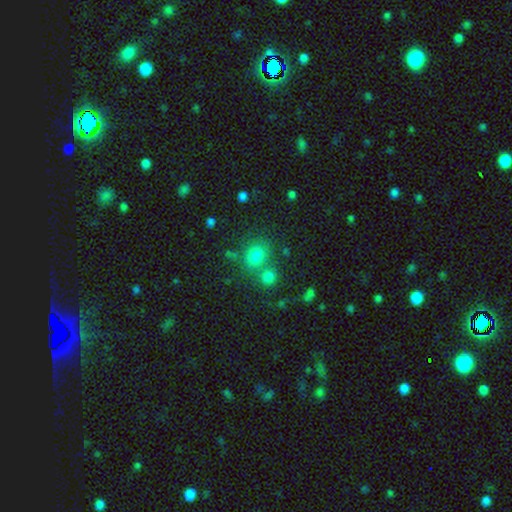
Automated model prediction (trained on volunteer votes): Smooth or featured: smooth — 76% (star or artifact — 16%)
How rounded: round — 66% (in between — 33%)
Merging: none — 59% (merger — 26%)